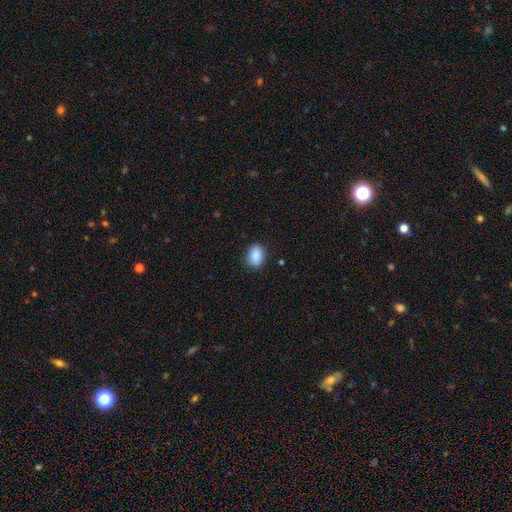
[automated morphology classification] Overall: smooth (89%). How rounded: in between (80%). Merging: none (84%).